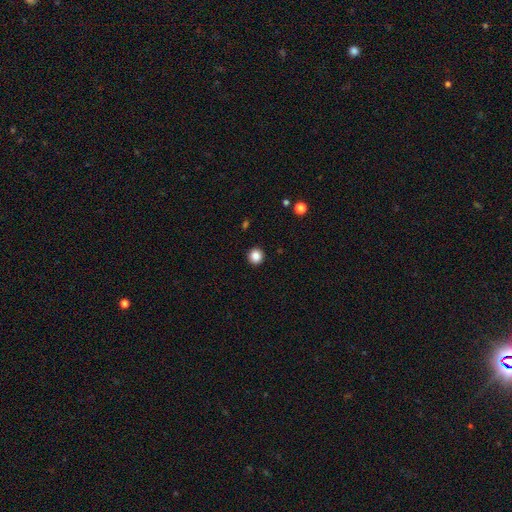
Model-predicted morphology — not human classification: The model was most divided on "smooth or featured": smooth: 87%, star or artifact: 10%, featured or disk: 3%. More confident: how rounded — round (94%); merging — none (93%).